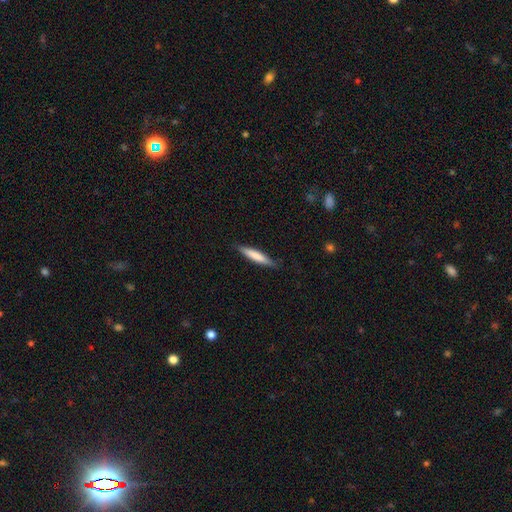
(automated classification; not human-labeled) Smooth or featured? Predicted: smooth (p=0.73). How rounded? Predicted: cigar-shaped (p=0.89). Merging? Predicted: none (p=0.84).